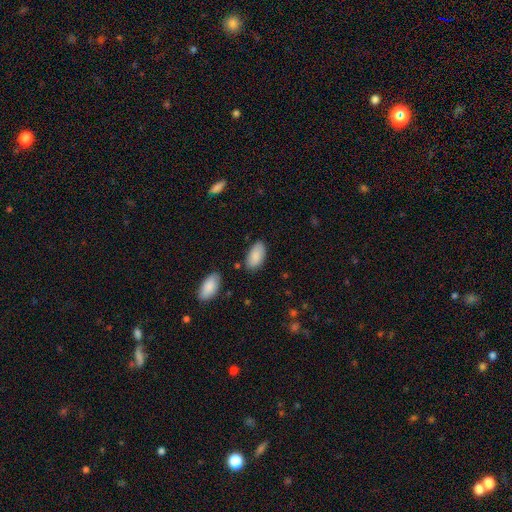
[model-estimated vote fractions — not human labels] Smooth or featured? smooth (88%)
How rounded? in between (95%)
Merging? none (77%)